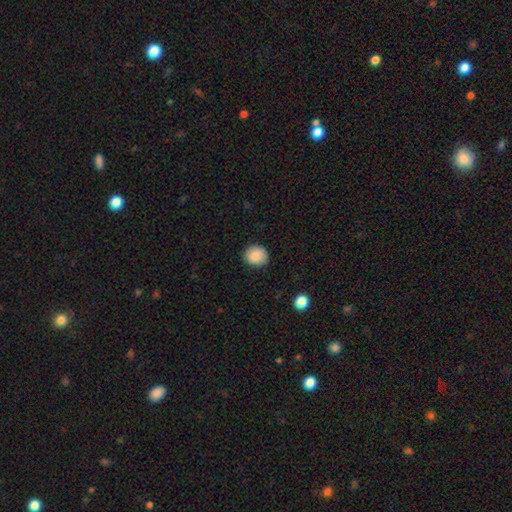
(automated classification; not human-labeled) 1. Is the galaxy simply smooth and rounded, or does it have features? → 87% smooth, 8% star or artifact, 5% featured or disk.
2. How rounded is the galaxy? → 81% round, 18% in between, 1% cigar-shaped.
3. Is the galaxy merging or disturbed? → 86% none, 11% minor disturbance, 2% major disturbance, 1% merger.